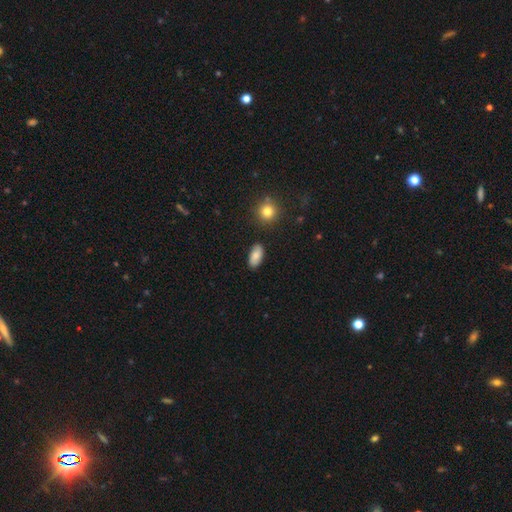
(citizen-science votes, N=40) This appears to be a smooth galaxy with no disk features (78%) that is in between round and cigar-shaped (90%). Merging: none (97%).